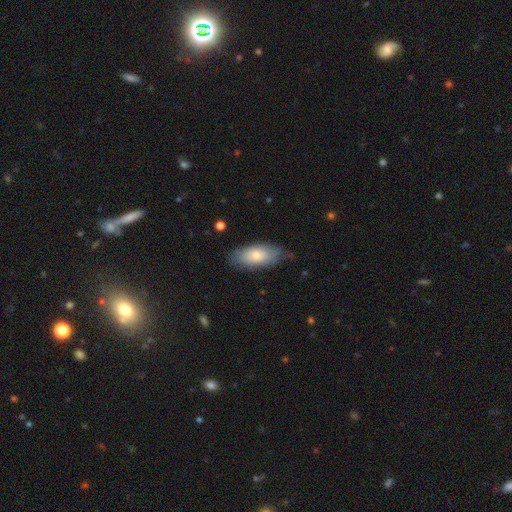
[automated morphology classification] Smooth or featured? smooth (69%)
How rounded? in between (84%)
Merging? none (70%)